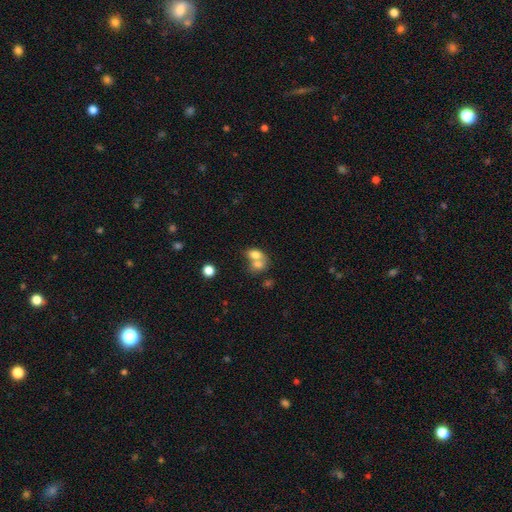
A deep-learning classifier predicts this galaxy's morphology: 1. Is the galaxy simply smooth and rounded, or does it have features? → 73% smooth, 17% featured or disk, 10% star or artifact.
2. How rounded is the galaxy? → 69% in between, 29% round, 2% cigar-shaped.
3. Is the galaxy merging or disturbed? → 67% merger, 21% none, 7% minor disturbance, 5% major disturbance.